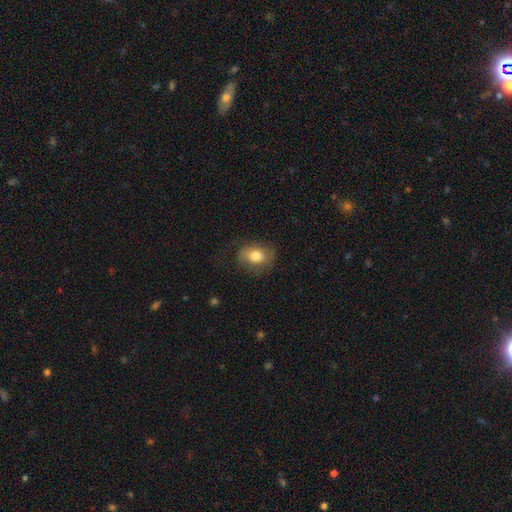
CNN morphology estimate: type=smooth (74%); roundness=in between (61%); merging=none (69%).